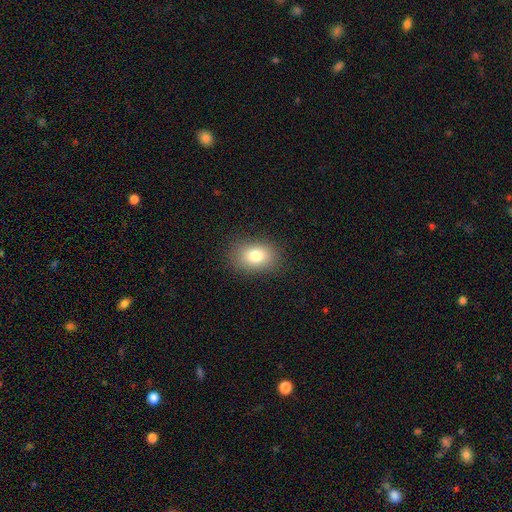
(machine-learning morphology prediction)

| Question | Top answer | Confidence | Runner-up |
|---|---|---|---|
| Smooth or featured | smooth | 80% | star or artifact (10%) |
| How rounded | in between | 76% | round (23%) |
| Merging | none | 86% | minor disturbance (10%) |